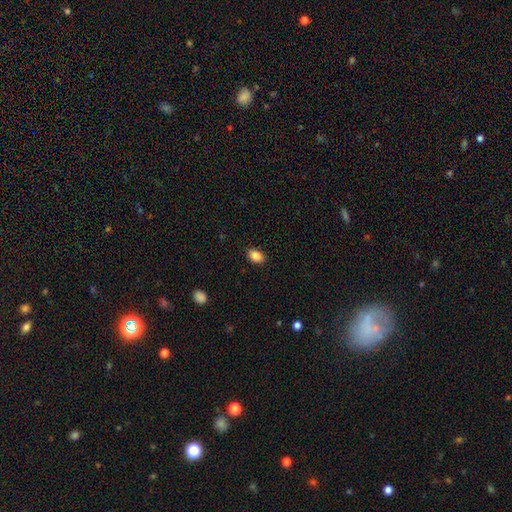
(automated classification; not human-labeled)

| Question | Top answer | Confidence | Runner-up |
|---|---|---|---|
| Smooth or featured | smooth | 87% | star or artifact (9%) |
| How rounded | in between | 86% | round (13%) |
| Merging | none | 88% | minor disturbance (9%) |